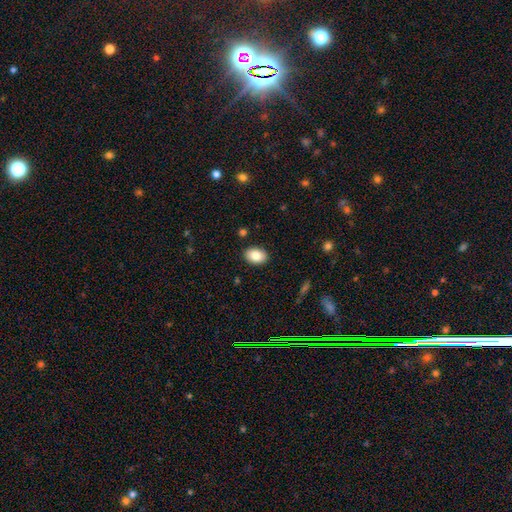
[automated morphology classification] smooth 85%, featured or disk 8%, star or artifact 7%. Down the decision tree: how rounded — in between (83%); merging — none (89%).